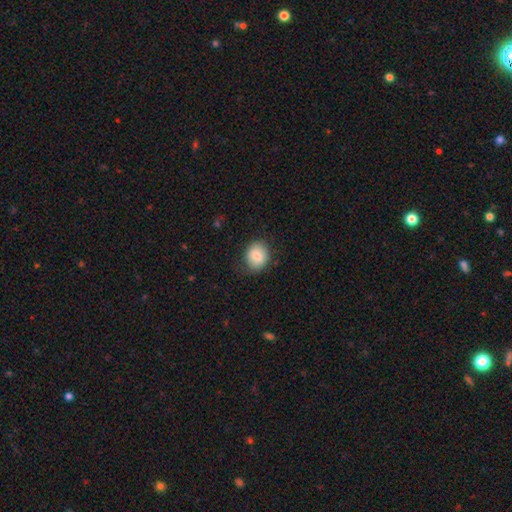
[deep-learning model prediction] smooth-or-featured: smooth: 81% | featured or disk: 11% | star or artifact: 8%
  how-rounded: round: 60% | in between: 39% | cigar-shaped: 1%
  merging: none: 77% | minor disturbance: 17% | major disturbance: 5% | merger: 1%